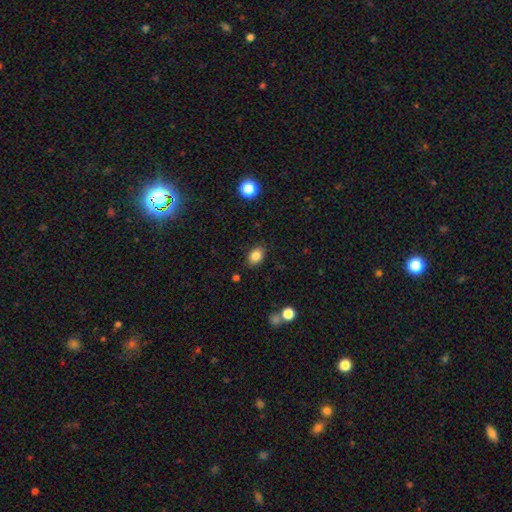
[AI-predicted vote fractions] smooth-or-featured: smooth: 84% | star or artifact: 10% | featured or disk: 6%
  how-rounded: in between: 73% | round: 26% | cigar-shaped: 1%
  merging: none: 85% | minor disturbance: 10% | major disturbance: 3% | merger: 2%